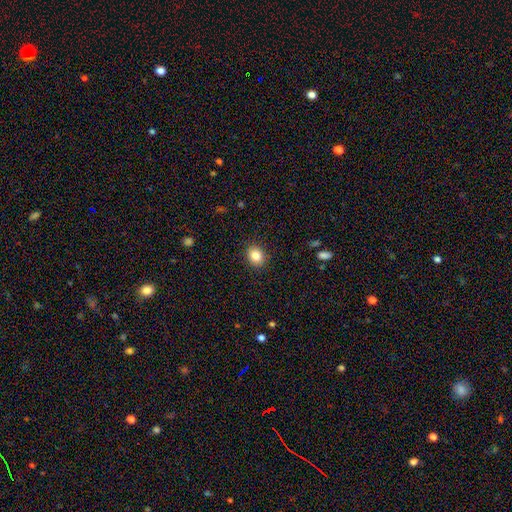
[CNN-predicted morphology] Smooth or featured? Predicted: smooth (p=0.84). How rounded? Predicted: round (p=0.55). Merging? Predicted: none (p=0.90).